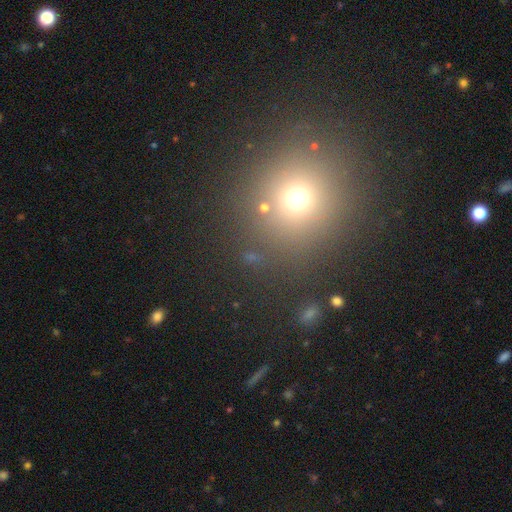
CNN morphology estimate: This is possibly a smooth galaxy (57%). How rounded: clearly round (87%). Merging: clearly none (83%).